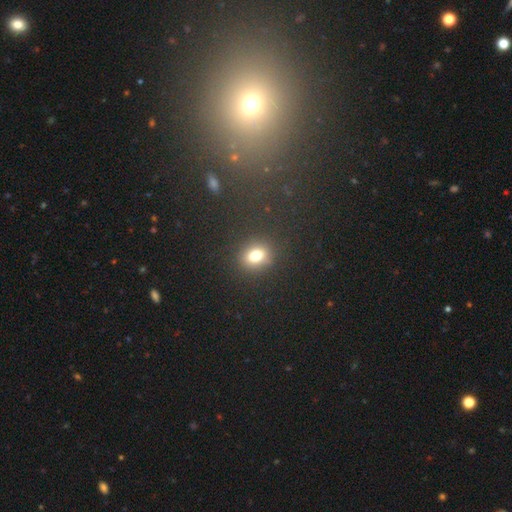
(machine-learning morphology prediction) smooth-or-featured: smooth: 75% | star or artifact: 16% | featured or disk: 9%
  how-rounded: round: 62% | in between: 37% | cigar-shaped: 2%
  merging: none: 86% | minor disturbance: 8% | major disturbance: 4% | merger: 2%